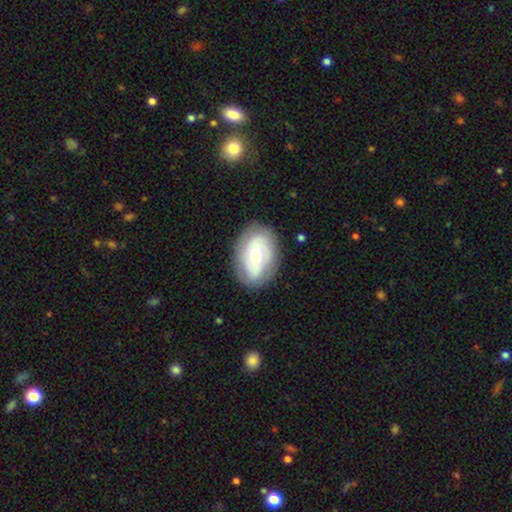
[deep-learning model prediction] A featured or disk galaxy (61%) with no bar (52%), spiral arms (70%) and a moderate central bulge (59%). Merging: none (79%).